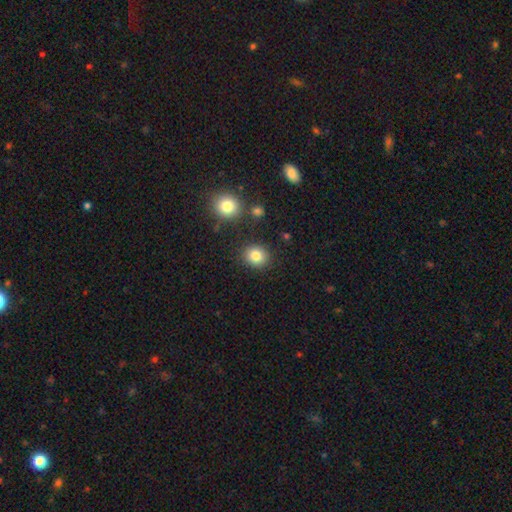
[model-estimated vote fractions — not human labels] A smooth galaxy with no disk features (83%) that is round (71%).

Vote fractions:
- Smooth or featured? smooth: 83% / star or artifact: 10% / featured or disk: 6%
- How rounded? round: 71% / in between: 28% / cigar-shaped: 1%
- Merging? none: 86% / minor disturbance: 8% / merger: 3% / major disturbance: 3%